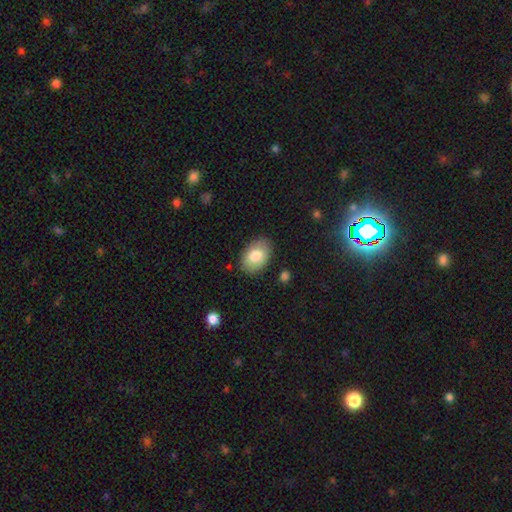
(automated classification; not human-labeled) The model was most divided on "smooth or featured": smooth: 81%, featured or disk: 12%, star or artifact: 7%. More confident: how rounded — in between (88%); merging — none (85%).